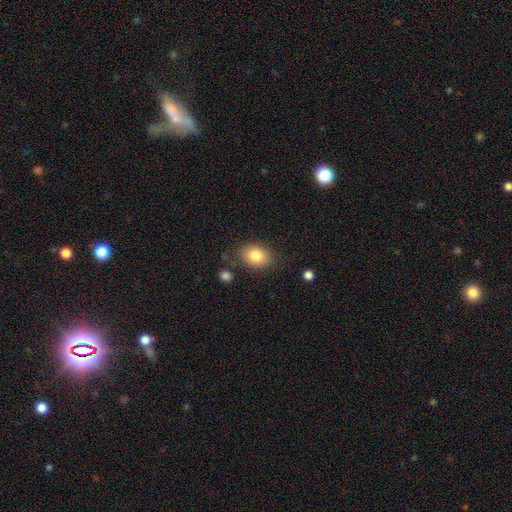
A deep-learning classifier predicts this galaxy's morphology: A smooth galaxy with no disk features (83%) that is in between round and cigar-shaped (73%). Merging: none (81%).